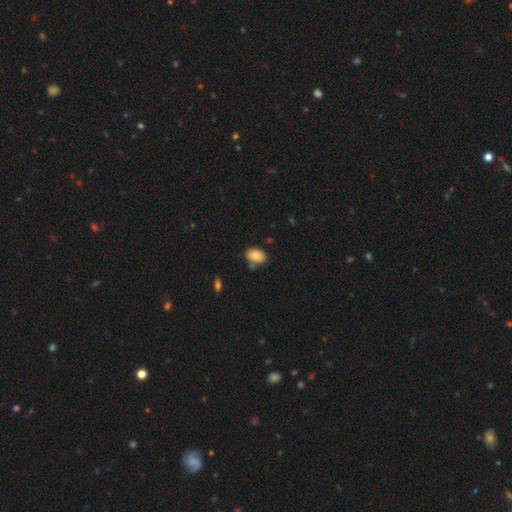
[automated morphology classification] smooth-or-featured: smooth: 87% | star or artifact: 7% | featured or disk: 6%
  how-rounded: in between: 88% | round: 11% | cigar-shaped: 1%
  merging: none: 70% | minor disturbance: 18% | merger: 7% | major disturbance: 4%